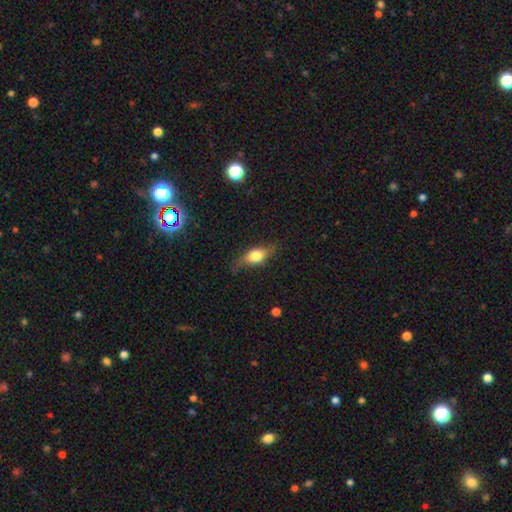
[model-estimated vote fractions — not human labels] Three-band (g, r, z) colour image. It shows a smooth galaxy with no disk features (65%) that is in between round and cigar-shaped (74%). Merging: none (69%).